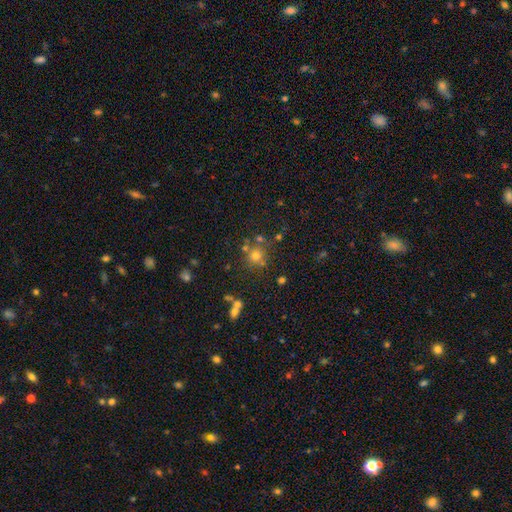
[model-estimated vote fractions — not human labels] A smooth galaxy with no disk features (63%) that is round (90%). Merging: none (69%).